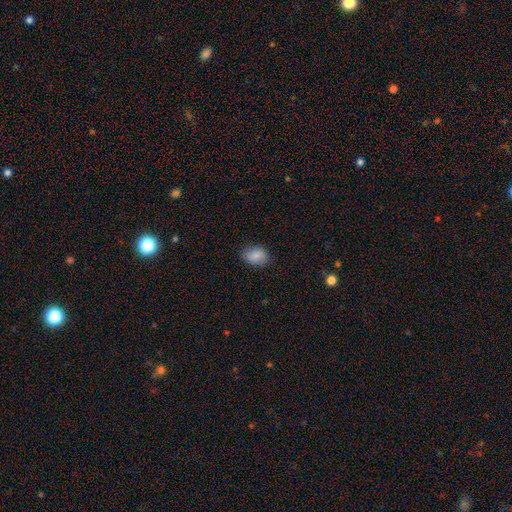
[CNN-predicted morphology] The model was most divided on "how rounded": in between: 76%, round: 23%, cigar-shaped: 1%. More confident: smooth or featured — smooth (86%); merging — none (80%).